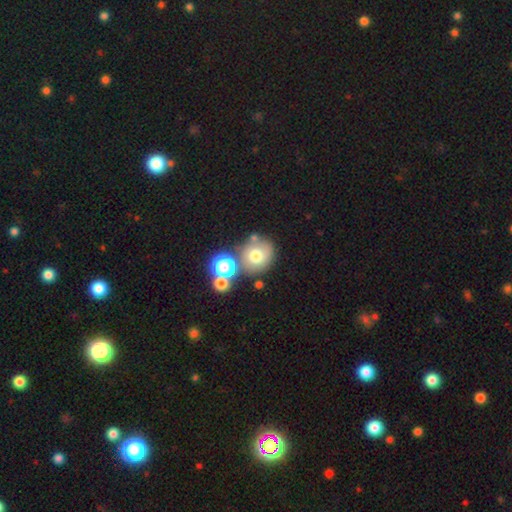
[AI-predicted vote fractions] Smooth or featured? smooth (68%)
How rounded? round (86%)
Merging? none (58%)